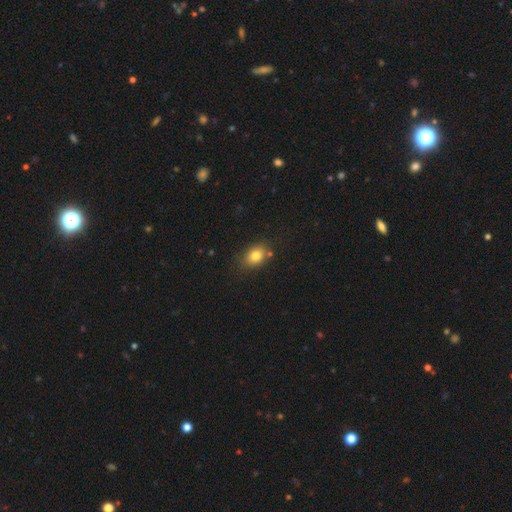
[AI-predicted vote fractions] Q: Smooth or featured?
A: smooth (80%); runner-up: star or artifact (11%)
Q: How rounded?
A: in between (72%); runner-up: round (27%)
Q: Merging?
A: none (76%); runner-up: minor disturbance (15%)